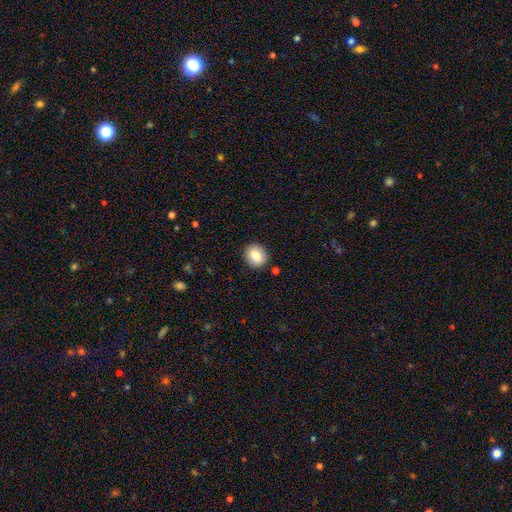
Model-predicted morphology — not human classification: type=smooth (84%); roundness=round (74%); merging=none (89%).